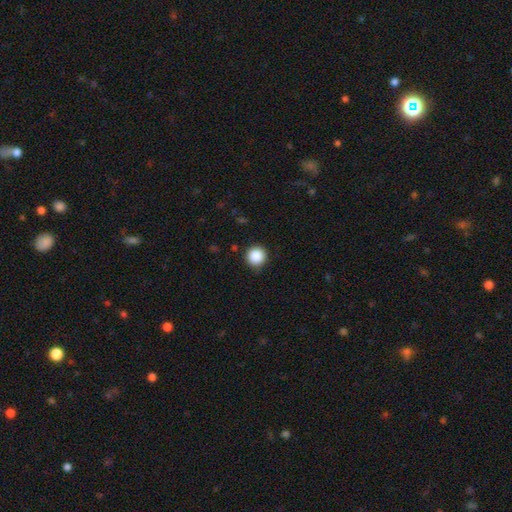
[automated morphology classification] A smooth galaxy with no disk features (87%) that is round (96%).

Vote fractions:
- Smooth or featured? smooth: 87% / star or artifact: 10% / featured or disk: 3%
- How rounded? round: 96% / in between: 3% / cigar-shaped: 1%
- Merging? none: 90% / minor disturbance: 7% / major disturbance: 2% / merger: 1%